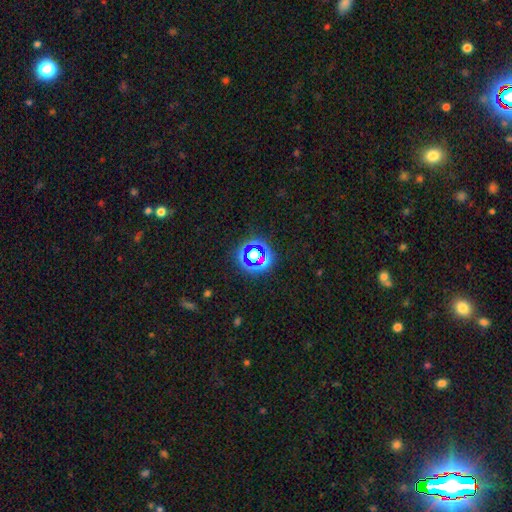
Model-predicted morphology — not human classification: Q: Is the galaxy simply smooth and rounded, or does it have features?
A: star or artifact — 59%.